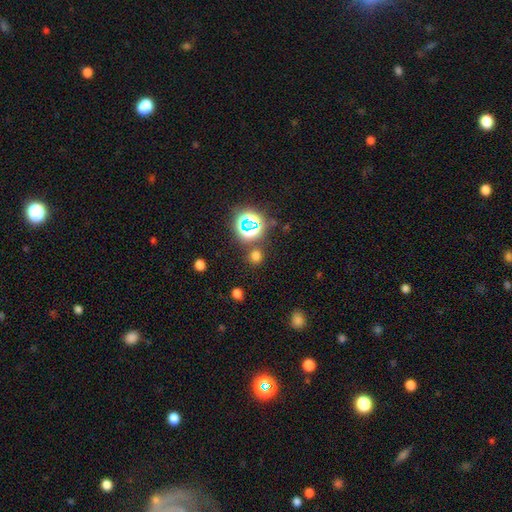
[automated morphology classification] A smooth galaxy with no disk features (62%) that is round (88%).

Vote fractions:
- Smooth or featured? smooth: 62% / star or artifact: 33% / featured or disk: 5%
- How rounded? round: 88% / in between: 11% / cigar-shaped: 1%
- Merging? none: 82% / minor disturbance: 8% / merger: 7% / major disturbance: 4%